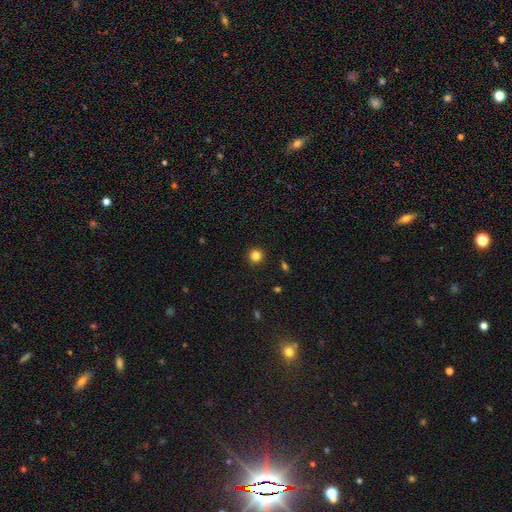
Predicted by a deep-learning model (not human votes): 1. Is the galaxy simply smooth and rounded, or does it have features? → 83% smooth, 12% star or artifact, 4% featured or disk.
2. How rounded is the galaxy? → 95% round, 4% in between, 1% cigar-shaped.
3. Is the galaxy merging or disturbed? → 93% none, 4% minor disturbance, 2% major disturbance, 1% merger.